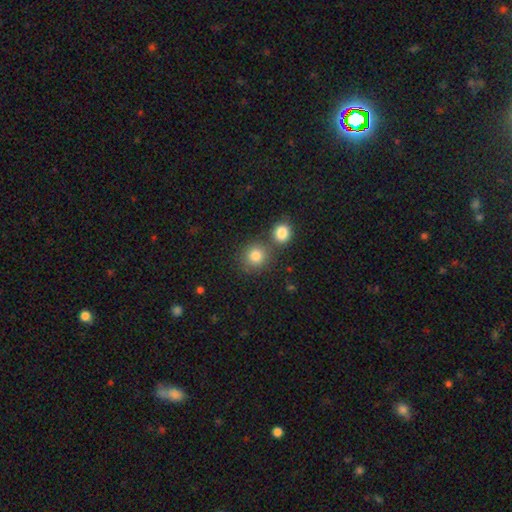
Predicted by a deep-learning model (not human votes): Q: Smooth or featured?
A: smooth (82%); runner-up: star or artifact (11%)
Q: How rounded?
A: round (88%); runner-up: in between (11%)
Q: Merging?
A: none (66%); runner-up: merger (23%)